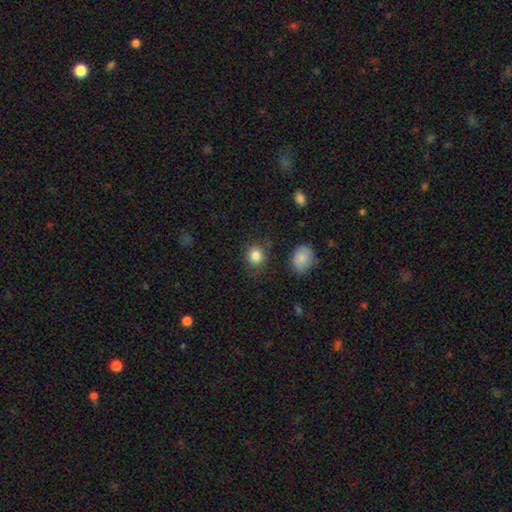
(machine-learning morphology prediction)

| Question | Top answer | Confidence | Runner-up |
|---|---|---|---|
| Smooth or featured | smooth | 85% | star or artifact (10%) |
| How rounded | round | 79% | in between (20%) |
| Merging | none | 82% | minor disturbance (12%) |